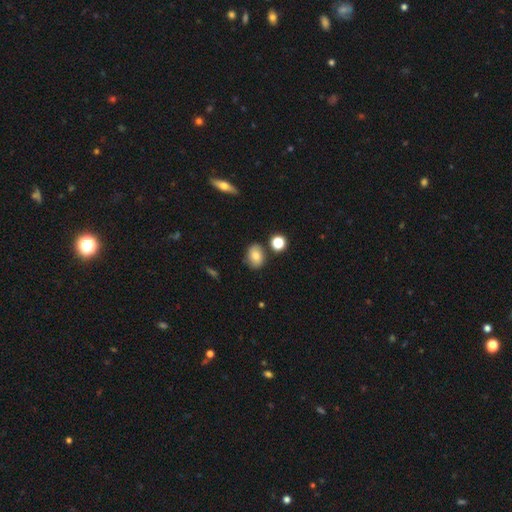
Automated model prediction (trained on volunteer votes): A smooth galaxy with no disk features (77%) that is in between round and cigar-shaped (67%). Merging: none (78%).